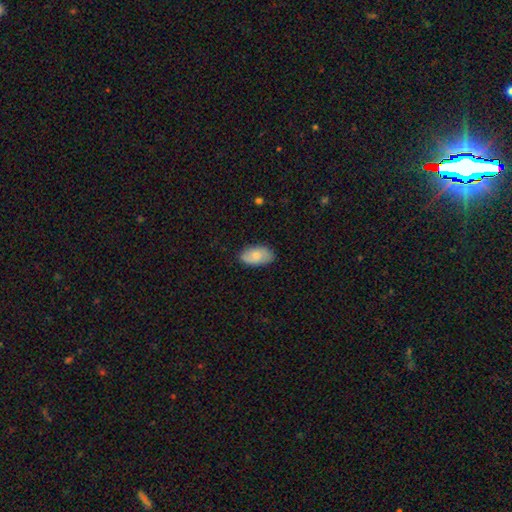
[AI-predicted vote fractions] smooth-or-featured: smooth: 72% | featured or disk: 22% | star or artifact: 6%
  how-rounded: in between: 94% | round: 5% | cigar-shaped: 2%
  merging: none: 80% | minor disturbance: 16% | major disturbance: 3% | merger: 1%